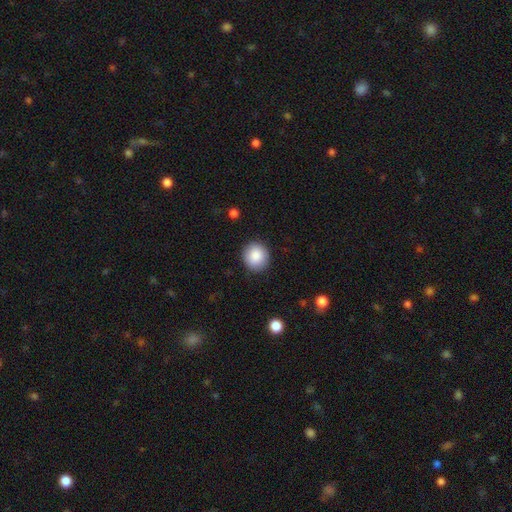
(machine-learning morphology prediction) type=smooth (88%); roundness=round (87%); merging=none (89%).